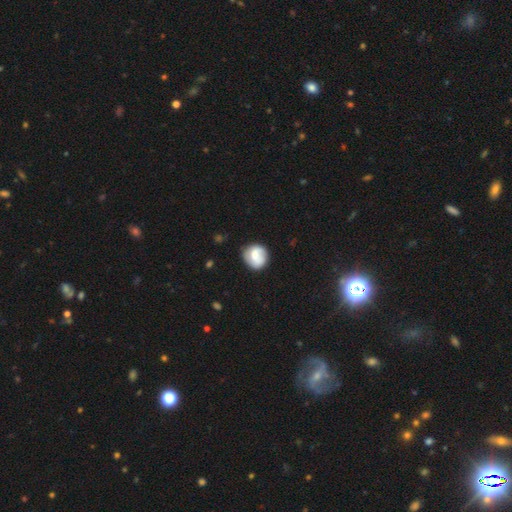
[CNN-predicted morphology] smooth_or_featured: smooth (p=0.60) [alt: featured or disk p=0.33]
how_rounded: round (p=0.85) [alt: in between p=0.14]
merging: none (p=0.73) [alt: minor disturbance p=0.19]